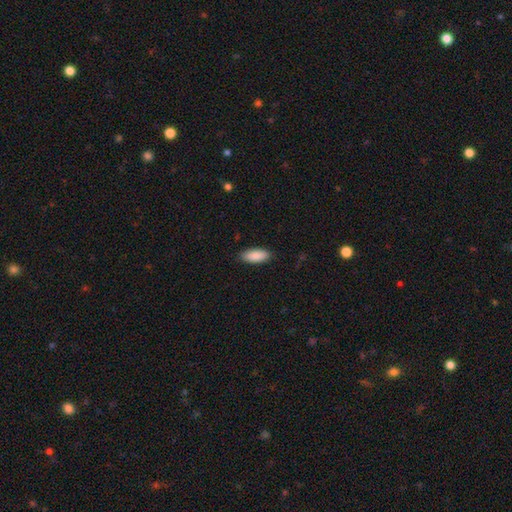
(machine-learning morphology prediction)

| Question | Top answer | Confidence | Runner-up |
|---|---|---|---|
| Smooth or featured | smooth | 90% | star or artifact (5%) |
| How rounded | in between | 84% | cigar-shaped (14%) |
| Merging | none | 88% | minor disturbance (9%) |